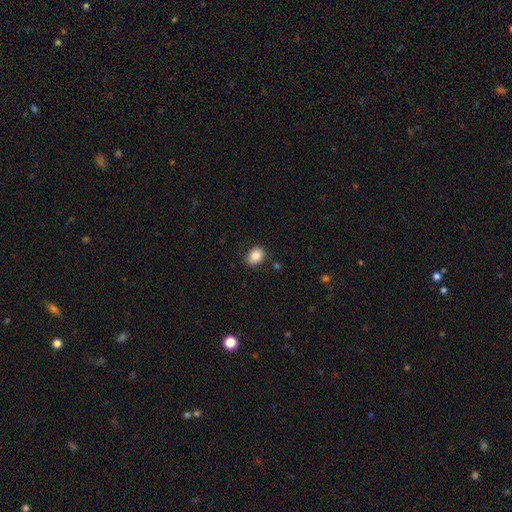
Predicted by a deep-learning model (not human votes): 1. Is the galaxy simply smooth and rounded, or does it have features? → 83% smooth, 9% star or artifact, 8% featured or disk.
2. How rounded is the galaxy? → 55% in between, 44% round, 1% cigar-shaped.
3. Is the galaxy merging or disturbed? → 81% none, 13% minor disturbance, 3% major disturbance, 2% merger.